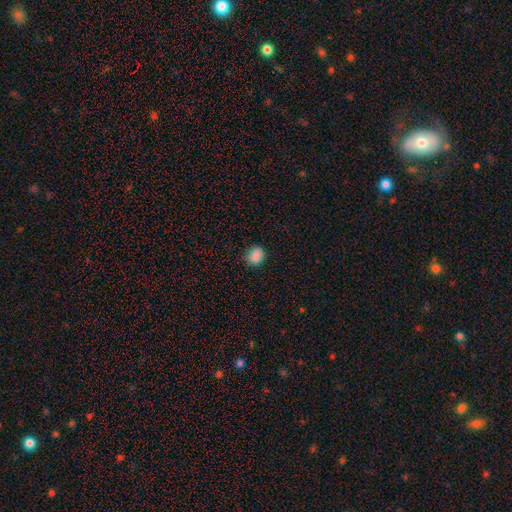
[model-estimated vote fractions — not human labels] Q: Smooth or featured?
A: smooth (86%); runner-up: star or artifact (10%)
Q: How rounded?
A: round (61%); runner-up: in between (38%)
Q: Merging?
A: none (81%); runner-up: minor disturbance (15%)